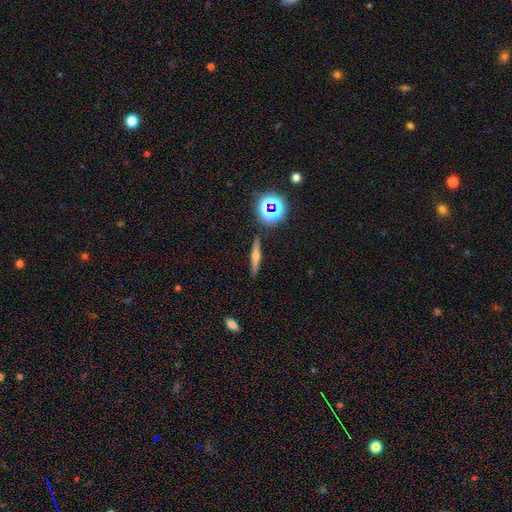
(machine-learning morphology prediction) A featured or disk galaxy (45%). Merging: none (88%).